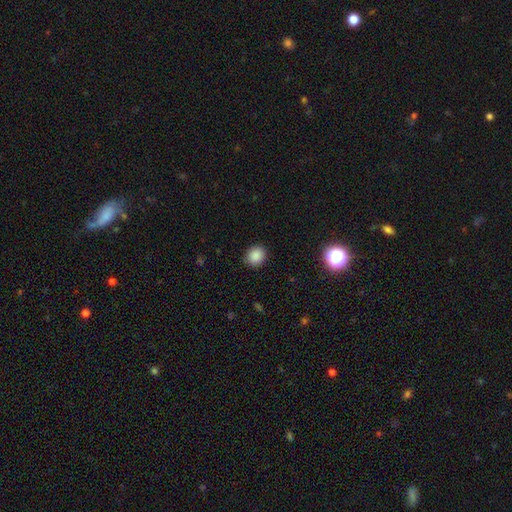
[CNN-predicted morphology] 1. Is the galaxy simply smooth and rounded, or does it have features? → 87% smooth, 10% star or artifact, 3% featured or disk.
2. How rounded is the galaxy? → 72% round, 27% in between, 1% cigar-shaped.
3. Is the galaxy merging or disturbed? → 88% none, 8% minor disturbance, 2% major disturbance, 1% merger.